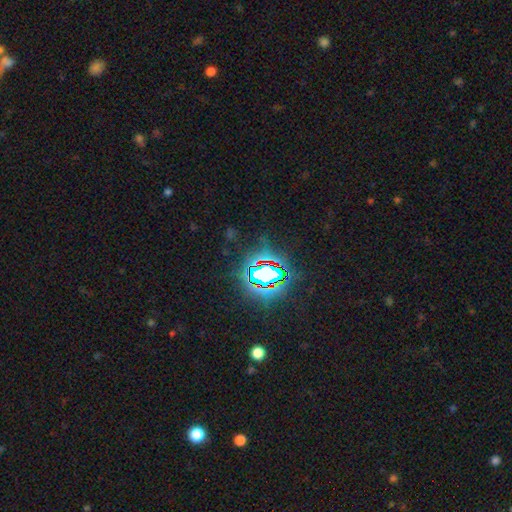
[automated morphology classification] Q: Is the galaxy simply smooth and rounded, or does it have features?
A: star or artifact — 85%.